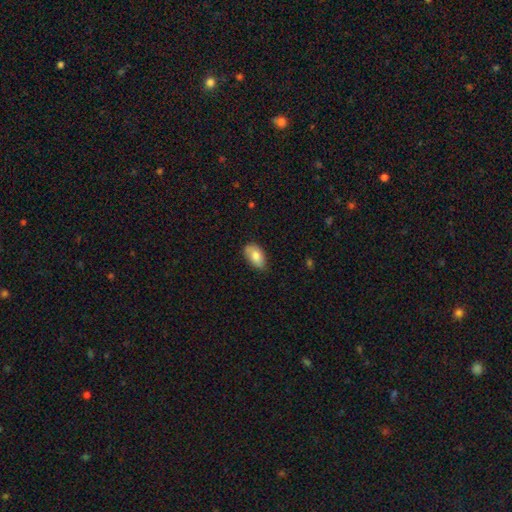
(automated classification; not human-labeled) Smooth or featured? Predicted: smooth (p=0.82). How rounded? Predicted: in between (p=0.93). Merging? Predicted: none (p=0.72).